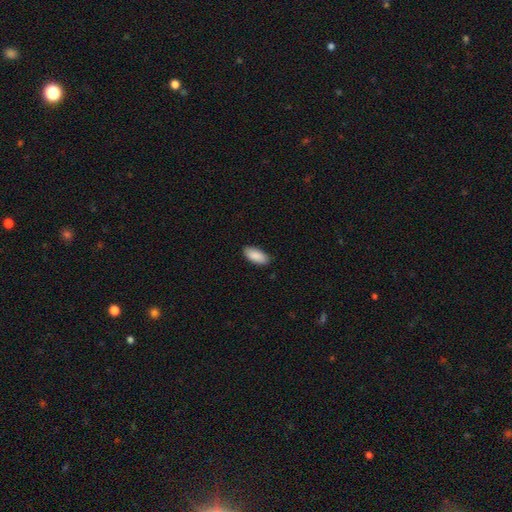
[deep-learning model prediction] Smooth or featured?
  - smooth: 90% *
  - star or artifact: 6%
  - featured or disk: 4%
How rounded?
  - in between: 90% *
  - cigar-shaped: 8%
  - round: 2%
Merging?
  - none: 86% *
  - minor disturbance: 11%
  - major disturbance: 2%
  - merger: 1%